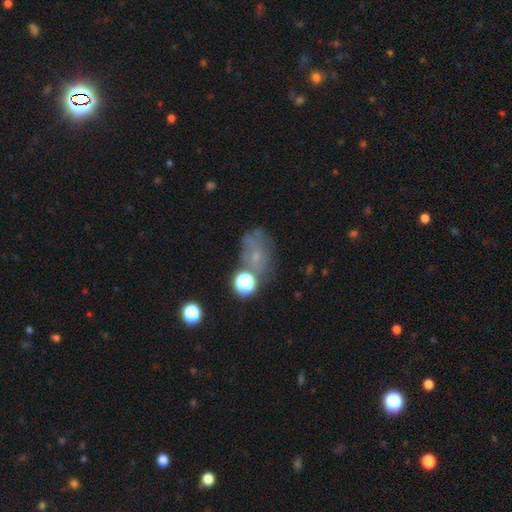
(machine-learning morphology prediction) A smooth galaxy with no disk features (39%).

Vote fractions:
- Smooth or featured? smooth: 39% / star or artifact: 32% / featured or disk: 29%
- Merging? none: 51% / minor disturbance: 21% / major disturbance: 15% / merger: 13%